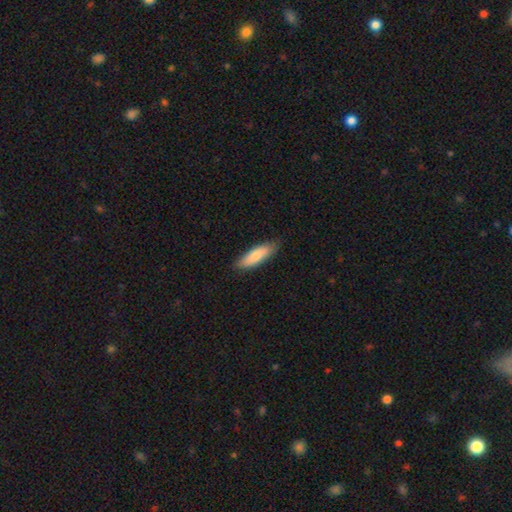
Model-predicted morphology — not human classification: A smooth galaxy with no disk features (79%) that is cigar-shaped (52%).

Vote fractions:
- Smooth or featured? smooth: 79% / featured or disk: 15% / star or artifact: 5%
- How rounded? cigar-shaped: 52% / in between: 46% / round: 2%
- Merging? none: 84% / minor disturbance: 13% / major disturbance: 2% / merger: 1%